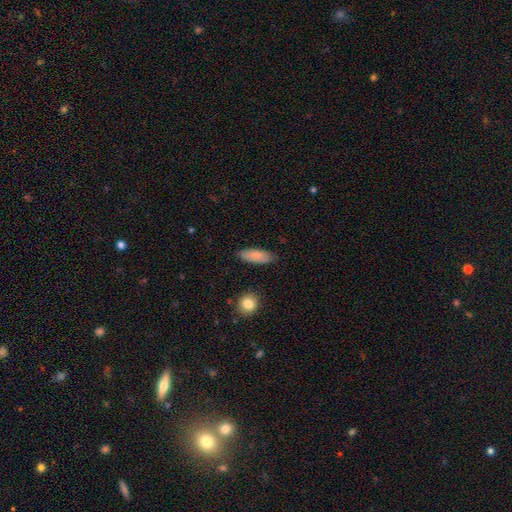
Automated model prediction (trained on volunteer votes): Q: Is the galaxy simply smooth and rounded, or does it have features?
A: smooth — 84%.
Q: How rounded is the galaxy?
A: in between — 67%.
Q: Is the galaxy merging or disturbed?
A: none — 85%.